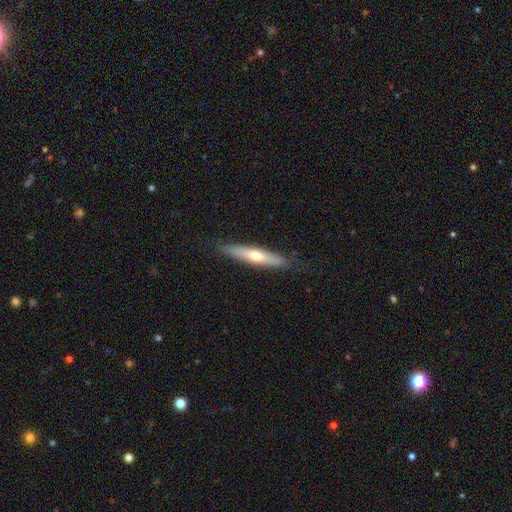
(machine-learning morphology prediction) The model was most divided on "smooth or featured": smooth: 51%, featured or disk: 43%, star or artifact: 6%. More confident: how rounded — cigar-shaped (85%); merging — none (84%).